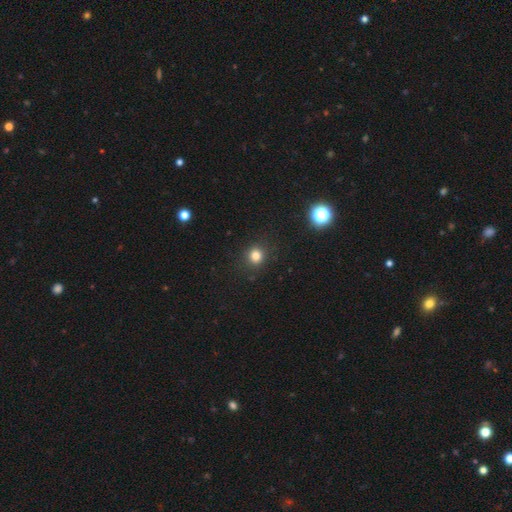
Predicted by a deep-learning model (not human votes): smooth 80%, star or artifact 15%, featured or disk 5%. Down the decision tree: how rounded — round (84%); merging — none (89%).